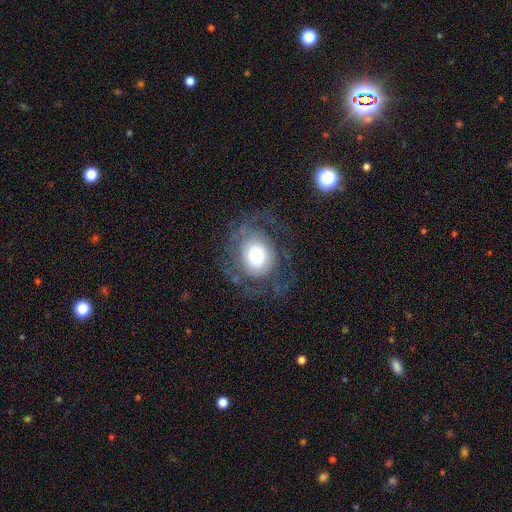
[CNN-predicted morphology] Smooth or featured?
  - featured or disk: 57% *
  - smooth: 34%
  - star or artifact: 9%
Edge-on disk?
  - no: 96% *
  - yes: 4%
Bar?
  - no: 84% *
  - weak: 13%
  - strong: 3%
Spiral arms?
  - yes: 64% *
  - no: 36%
Bulge size?
  - large: 51% *
  - moderate: 21%
  - dominant: 18%
  - small: 8%
  - none: 2%
Merging?
  - none: 65% *
  - major disturbance: 17%
  - minor disturbance: 16%
  - merger: 1%